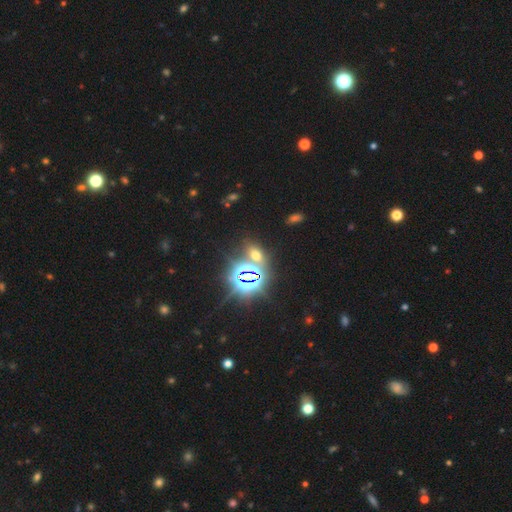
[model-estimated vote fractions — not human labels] A star or artifact, not a galaxy (60%).